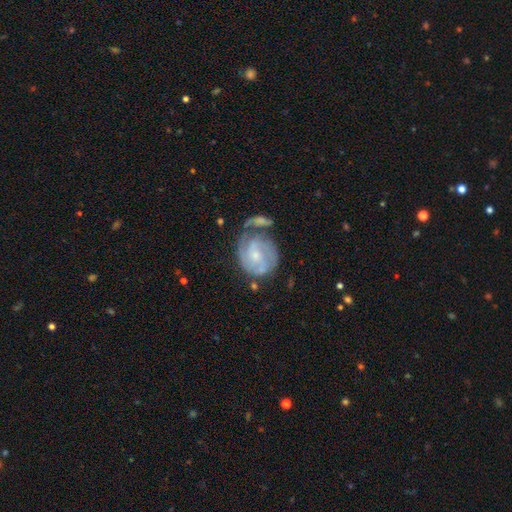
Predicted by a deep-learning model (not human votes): This is likely a featured or disk galaxy (78%). It is clearly not viewed edge-on (98%). Bar: possibly no (58%). Spiral arm pattern: clearly yes (91%). Spiral arm count: marginally 2 (41%). Spiral winding: possibly tight (54%). Central bulge: likely small (65%). Merging: marginally none (43%).